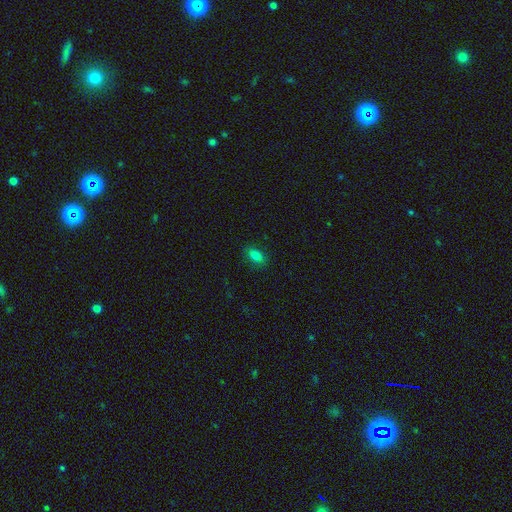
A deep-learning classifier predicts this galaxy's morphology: Overall: smooth (81%). How rounded: in between (86%). Merging: none (87%).